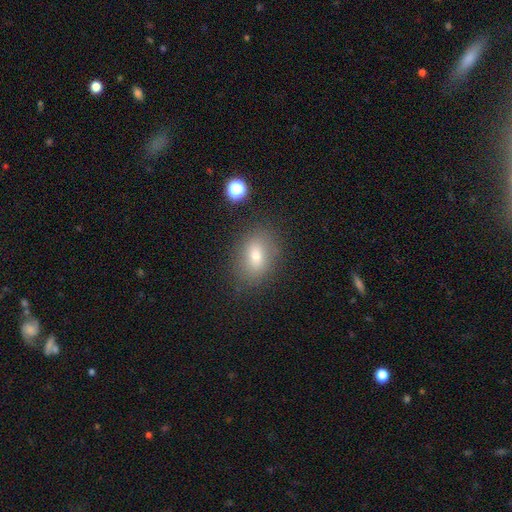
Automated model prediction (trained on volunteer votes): The model was most divided on "smooth or featured": smooth: 75%, featured or disk: 13%, star or artifact: 11%. More confident: merging — none (81%); how rounded — in between (80%).